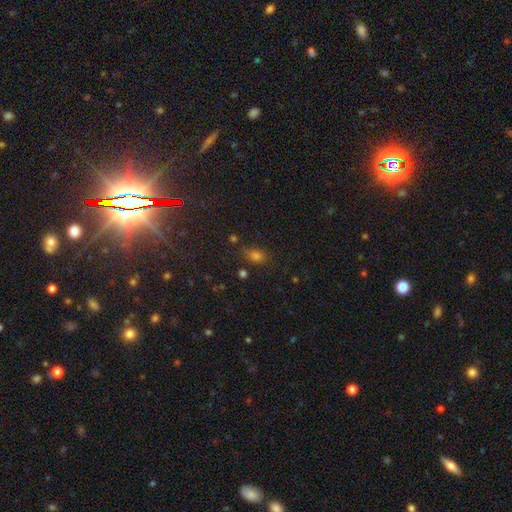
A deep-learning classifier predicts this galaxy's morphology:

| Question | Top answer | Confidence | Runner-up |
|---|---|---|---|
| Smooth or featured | smooth | 64% | star or artifact (28%) |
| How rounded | in between | 70% | round (26%) |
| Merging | none | 73% | minor disturbance (17%) |